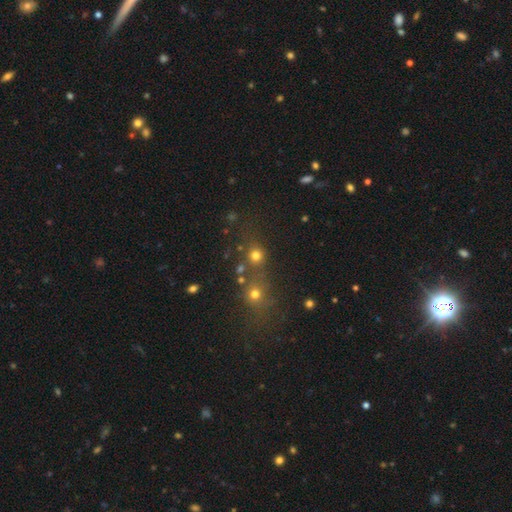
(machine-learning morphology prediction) A smooth galaxy with no disk features (73%) that is round (89%). Merging: none (66%).